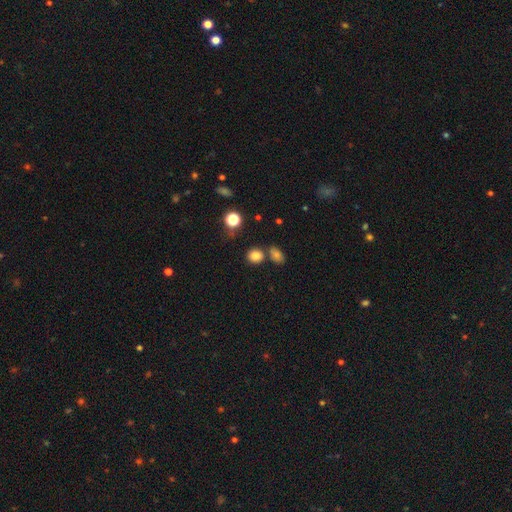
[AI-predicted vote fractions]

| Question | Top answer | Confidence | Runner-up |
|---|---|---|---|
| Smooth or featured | smooth | 81% | star or artifact (13%) |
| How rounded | round | 73% | in between (26%) |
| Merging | none | 66% | merger (20%) |